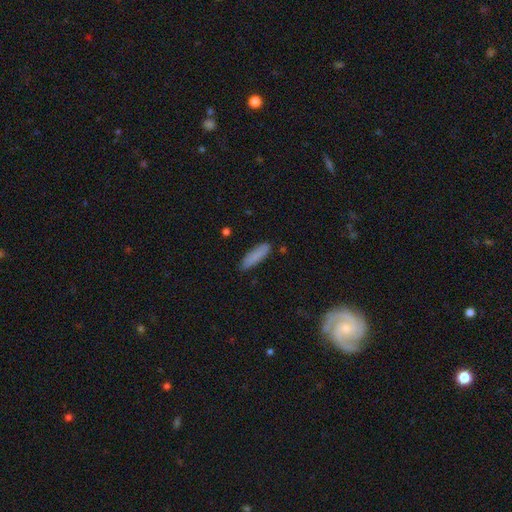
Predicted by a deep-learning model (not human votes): smooth_or_featured: smooth (p=0.84) [alt: featured or disk p=0.09]
how_rounded: cigar-shaped (p=0.67) [alt: in between p=0.32]
merging: none (p=0.85) [alt: minor disturbance p=0.12]